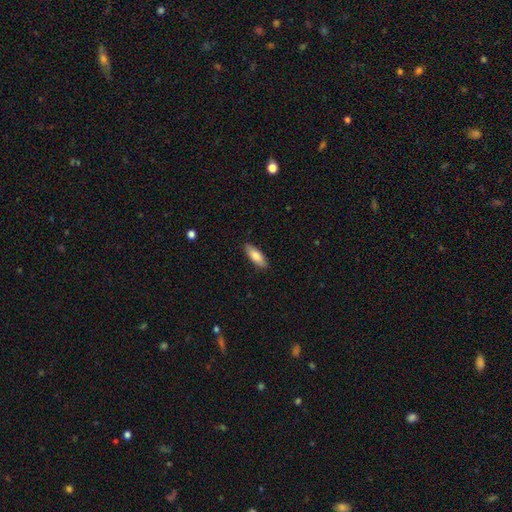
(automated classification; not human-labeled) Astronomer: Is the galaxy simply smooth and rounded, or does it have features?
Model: smooth — 81%.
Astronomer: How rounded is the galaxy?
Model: in between — 68%.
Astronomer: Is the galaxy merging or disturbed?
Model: none — 88%.